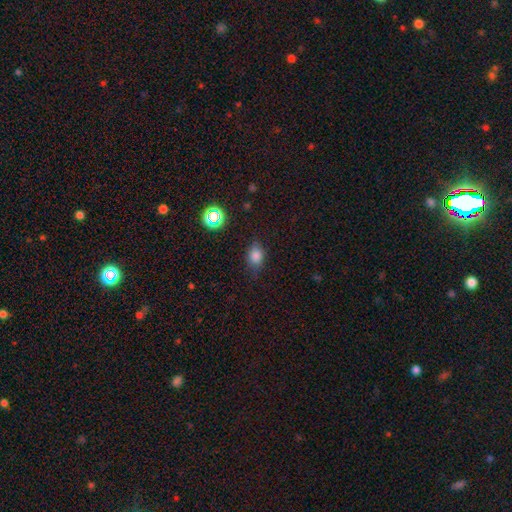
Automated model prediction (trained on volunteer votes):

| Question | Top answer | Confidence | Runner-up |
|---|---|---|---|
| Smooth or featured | smooth | 77% | star or artifact (15%) |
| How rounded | in between | 66% | round (32%) |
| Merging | none | 74% | minor disturbance (19%) |